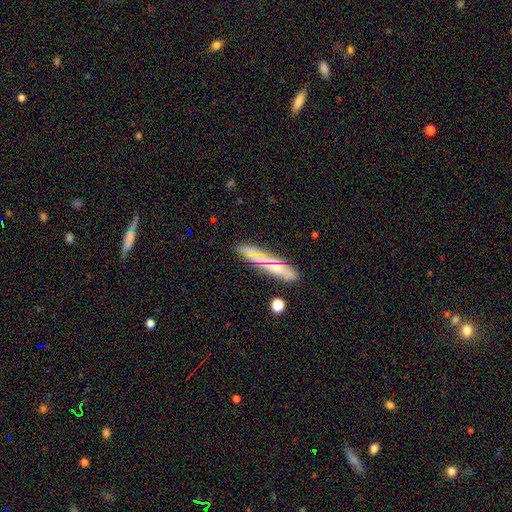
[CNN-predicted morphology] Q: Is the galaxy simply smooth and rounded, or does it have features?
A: smooth — 64%.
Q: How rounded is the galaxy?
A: cigar-shaped — 50%.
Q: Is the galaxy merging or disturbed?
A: none — 81%.